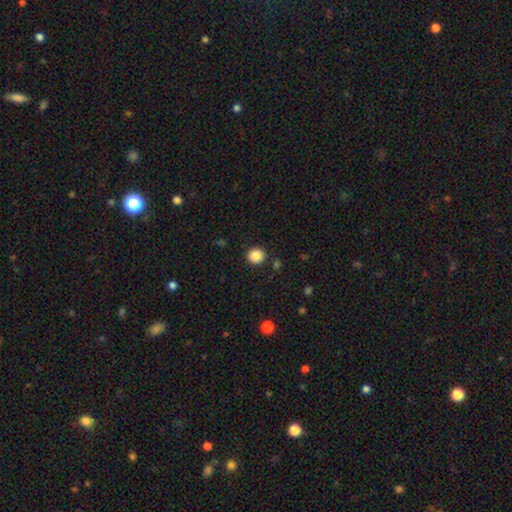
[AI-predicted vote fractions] This is clearly a smooth galaxy (87%). How rounded: clearly round (89%). Merging: clearly none (91%).